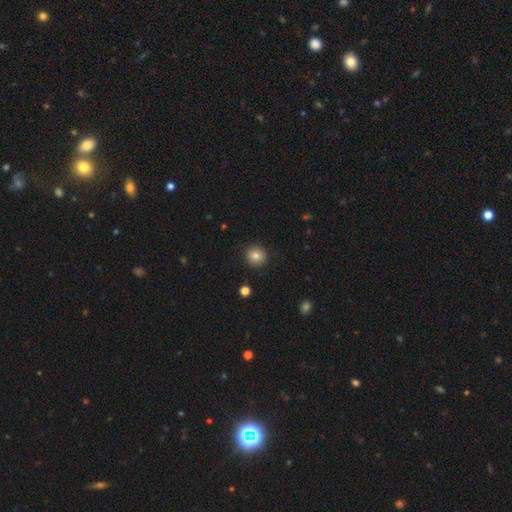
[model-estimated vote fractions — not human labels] This appears to be a smooth galaxy with no disk features (82%) that is round (91%). Merging: none (91%).